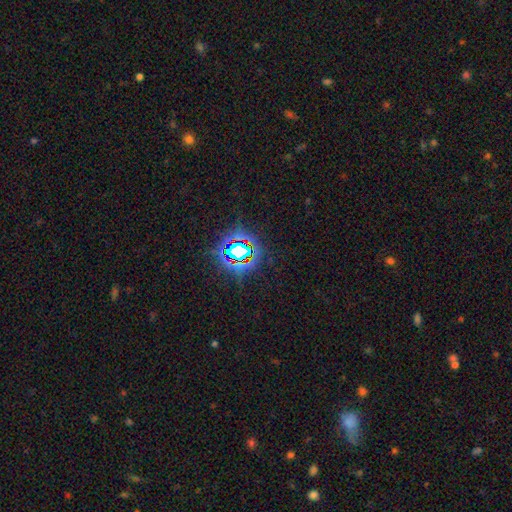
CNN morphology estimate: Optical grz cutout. It shows a star or artifact, not a galaxy (80%).